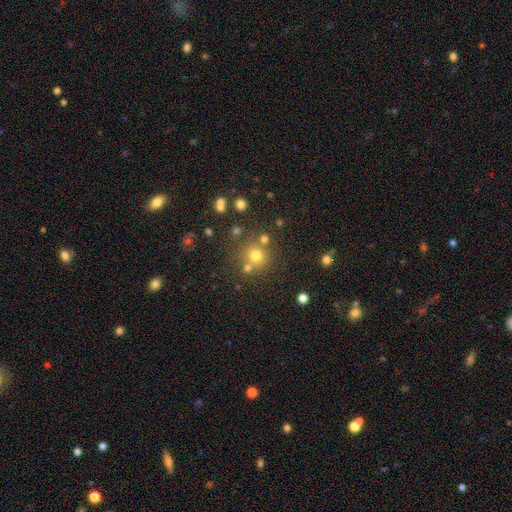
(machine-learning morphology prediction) Overall: smooth (71%). How rounded: round (91%). Merging: none (71%).